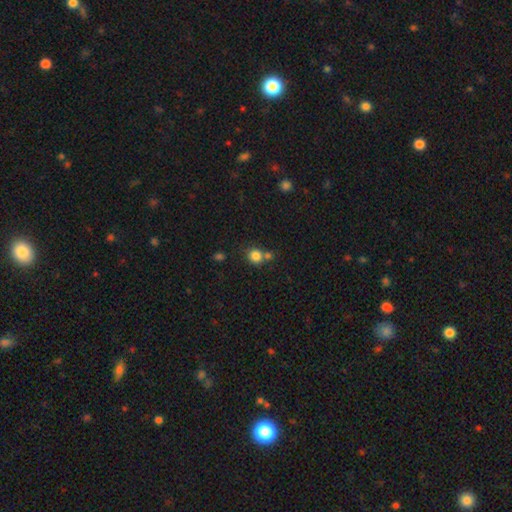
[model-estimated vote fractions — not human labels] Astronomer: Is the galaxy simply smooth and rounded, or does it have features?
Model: smooth — 83%.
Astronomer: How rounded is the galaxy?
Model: round — 85%.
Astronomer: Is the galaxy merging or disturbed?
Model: none — 58%.